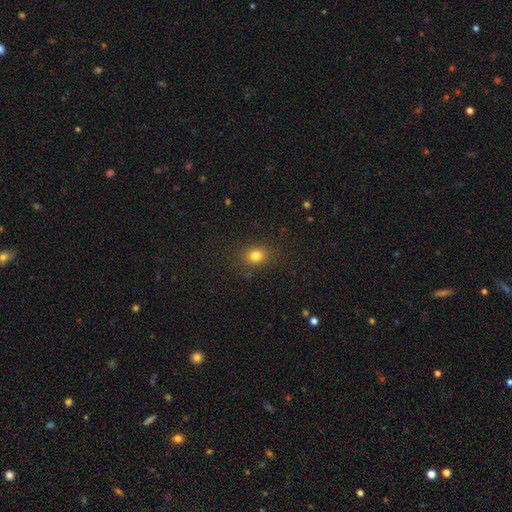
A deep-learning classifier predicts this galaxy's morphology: This appears to be a smooth galaxy with no disk features (79%) that is round (64%). Merging: none (85%).